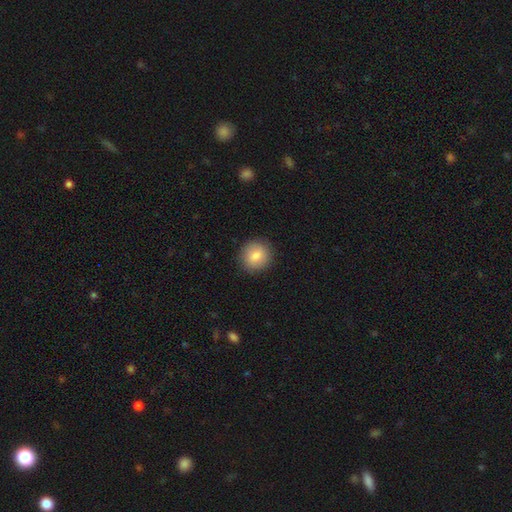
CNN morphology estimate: Smooth or featured: smooth — 82% (featured or disk — 10%)
How rounded: round — 89% (in between — 10%)
Merging: none — 89% (minor disturbance — 8%)